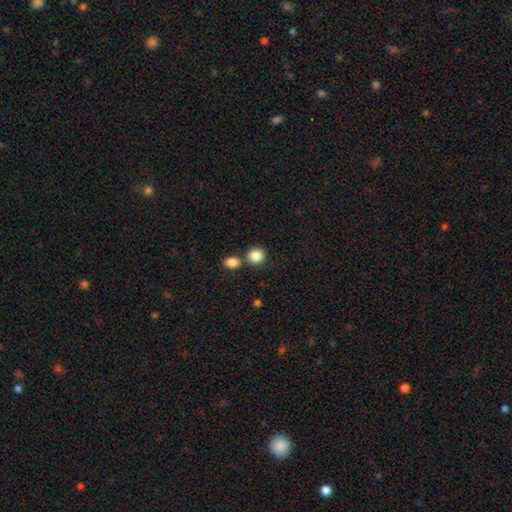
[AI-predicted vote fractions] Smooth or featured? Predicted: smooth (p=0.87). How rounded? Predicted: round (p=0.85). Merging? Predicted: none (p=0.66).